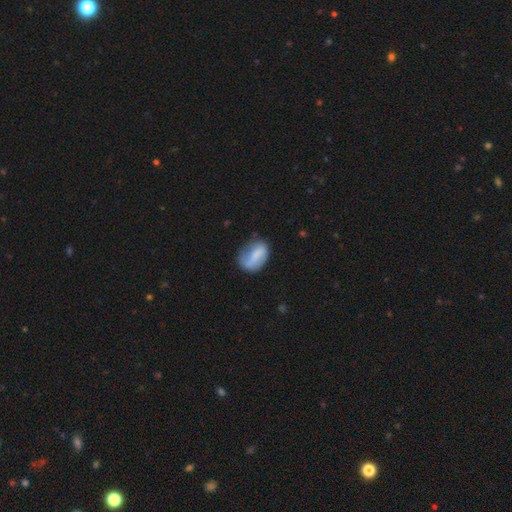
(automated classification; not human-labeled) A smooth galaxy with no disk features (61%) that is in between round and cigar-shaped (76%). Merging: none (51%).